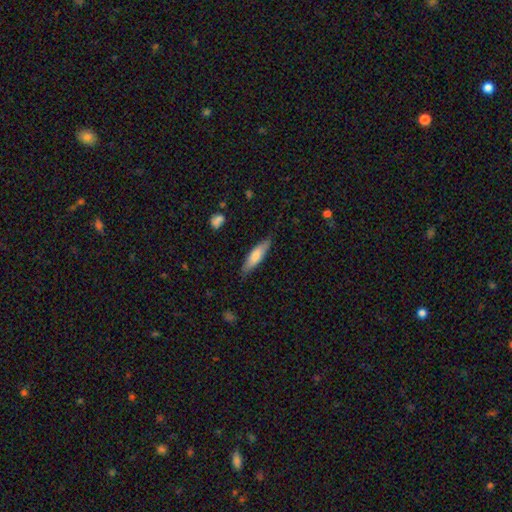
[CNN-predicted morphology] This appears to be a smooth galaxy with no disk features (71%) that is cigar-shaped (66%). Merging: none (82%).